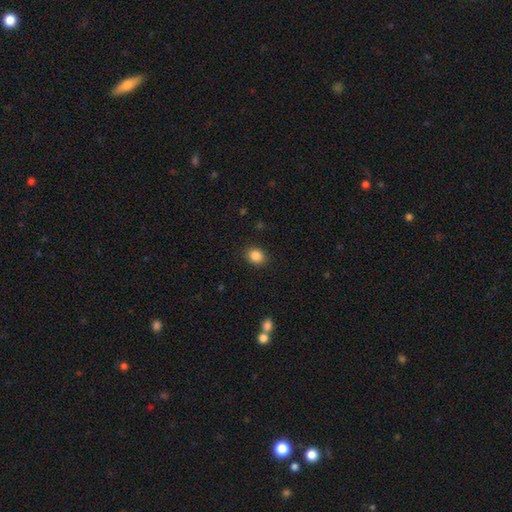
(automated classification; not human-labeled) Smooth or featured? Predicted: smooth (p=0.87). How rounded? Predicted: round (p=0.57). Merging? Predicted: none (p=0.88).